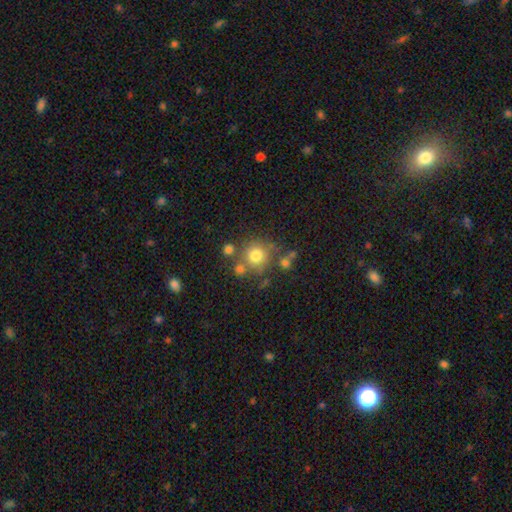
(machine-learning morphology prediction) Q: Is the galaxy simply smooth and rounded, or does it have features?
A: smooth — 74%.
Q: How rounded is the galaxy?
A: round — 90%.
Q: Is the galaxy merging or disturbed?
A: none — 66%.